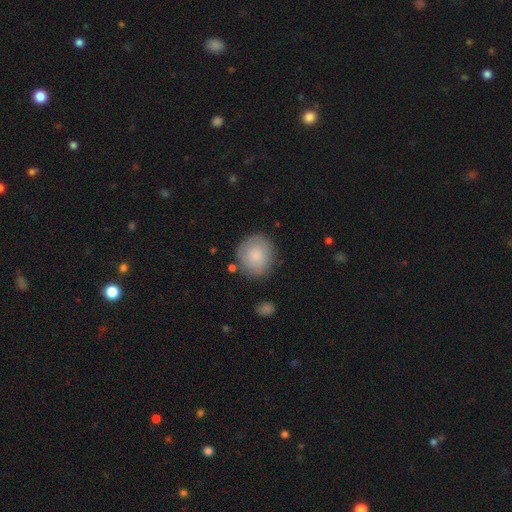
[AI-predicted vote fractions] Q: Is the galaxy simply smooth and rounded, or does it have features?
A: smooth — 77%.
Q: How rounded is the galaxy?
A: round — 87%.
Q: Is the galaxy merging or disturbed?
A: none — 79%.